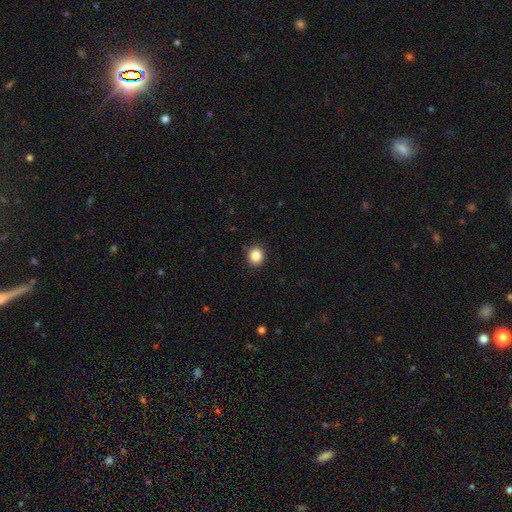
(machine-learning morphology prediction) smooth_or_featured: smooth (p=0.86) [alt: star or artifact p=0.10]
how_rounded: round (p=0.83) [alt: in between p=0.16]
merging: none (p=0.90) [alt: minor disturbance p=0.07]